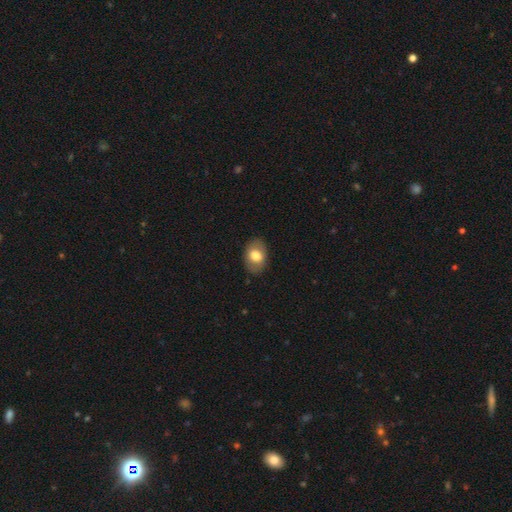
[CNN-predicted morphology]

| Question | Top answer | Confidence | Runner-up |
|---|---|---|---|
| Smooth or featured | smooth | 74% | featured or disk (19%) |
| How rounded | in between | 80% | round (19%) |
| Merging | none | 85% | minor disturbance (11%) |